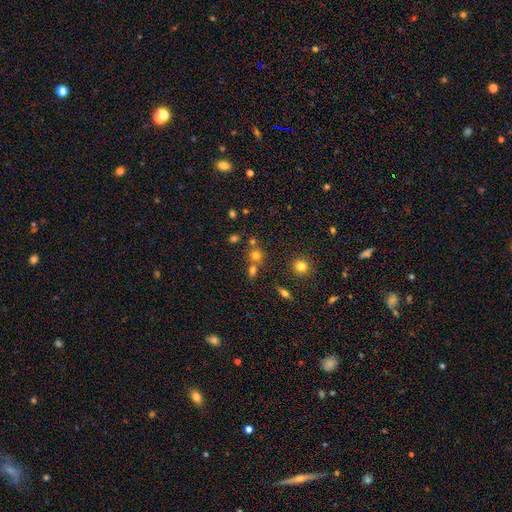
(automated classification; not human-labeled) The model was most divided on "merging": none: 55%, merger: 34%, minor disturbance: 8%, major disturbance: 3%. More confident: how rounded — round (84%); smooth or featured — smooth (67%).